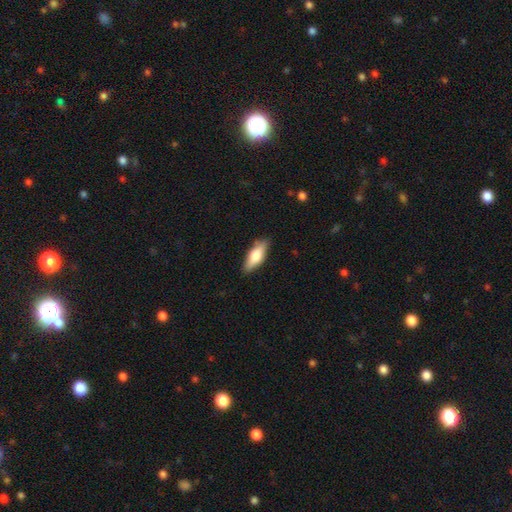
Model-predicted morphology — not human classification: This appears to be a smooth galaxy with no disk features (67%) that is in between round and cigar-shaped (66%). Merging: none (84%).